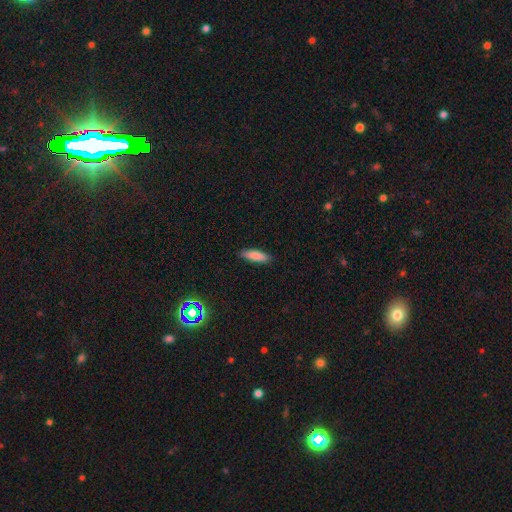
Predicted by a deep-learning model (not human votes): Morphology: type=smooth (84%); roundness=cigar-shaped (61%); merging=none (88%).